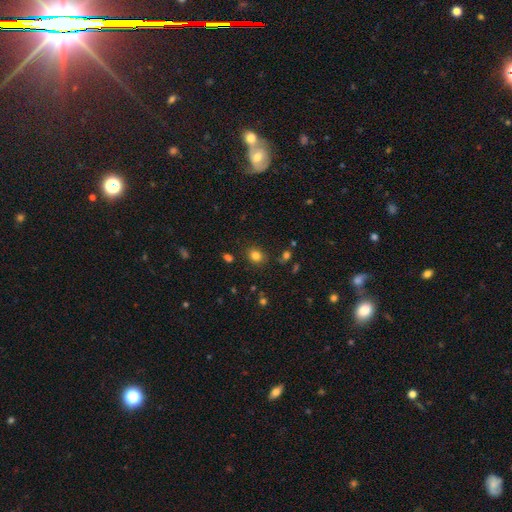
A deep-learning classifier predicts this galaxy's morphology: smooth-or-featured: smooth: 81% | star or artifact: 13% | featured or disk: 6%
  how-rounded: round: 57% | in between: 42% | cigar-shaped: 1%
  merging: none: 83% | minor disturbance: 11% | major disturbance: 3% | merger: 3%